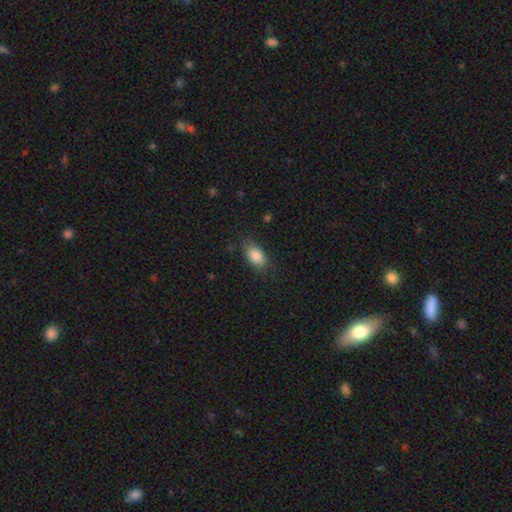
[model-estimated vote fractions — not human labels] Q: Smooth or featured?
A: smooth (86%); runner-up: star or artifact (7%)
Q: How rounded?
A: in between (90%); runner-up: round (7%)
Q: Merging?
A: none (79%); runner-up: minor disturbance (15%)